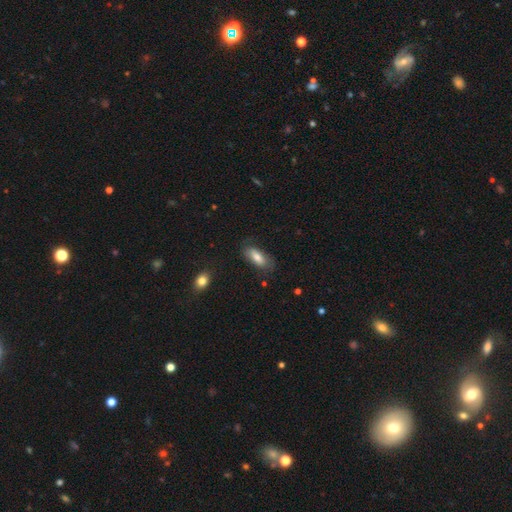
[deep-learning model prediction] smooth_or_featured: smooth (p=0.71) [alt: featured or disk p=0.22]
how_rounded: in between (p=0.80) [alt: cigar-shaped p=0.18]
merging: none (p=0.71) [alt: minor disturbance p=0.20]